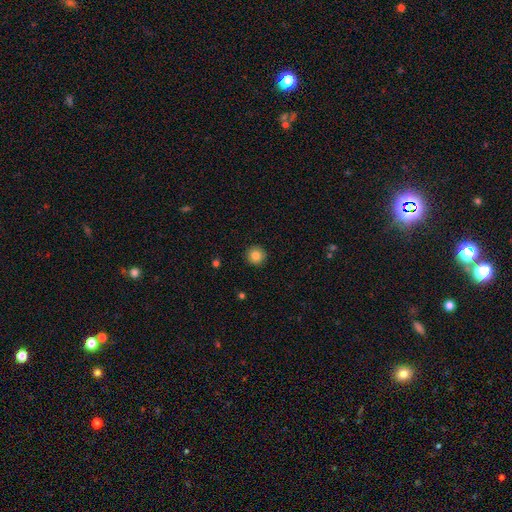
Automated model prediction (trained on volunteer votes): Q: Smooth or featured?
A: smooth (83%); runner-up: star or artifact (10%)
Q: How rounded?
A: round (96%); runner-up: in between (3%)
Q: Merging?
A: none (93%); runner-up: minor disturbance (5%)